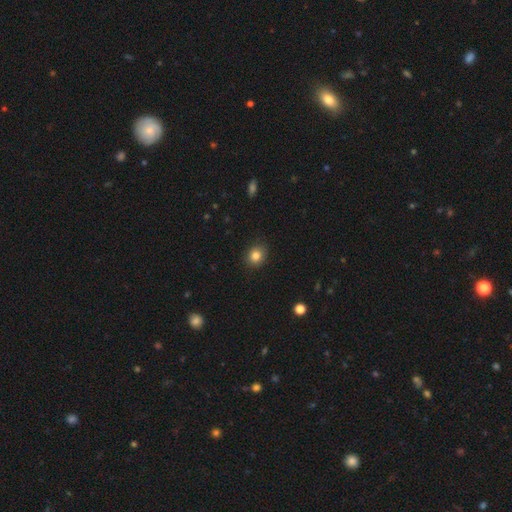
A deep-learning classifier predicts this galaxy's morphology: Overall: smooth (83%). How rounded: round (65%; in between 34%). Merging: none (88%).